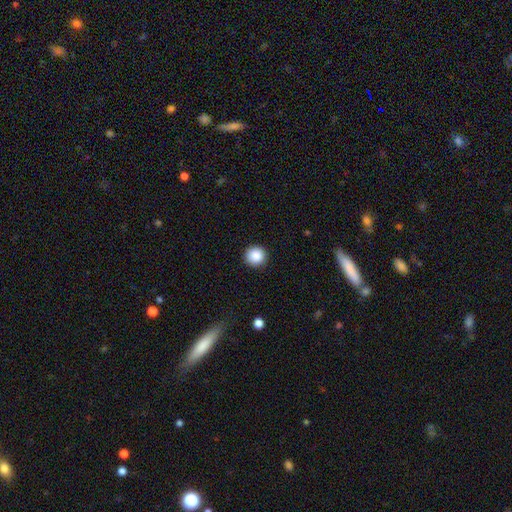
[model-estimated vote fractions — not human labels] Overall: smooth (88%). How rounded: round (94%). Merging: none (92%).